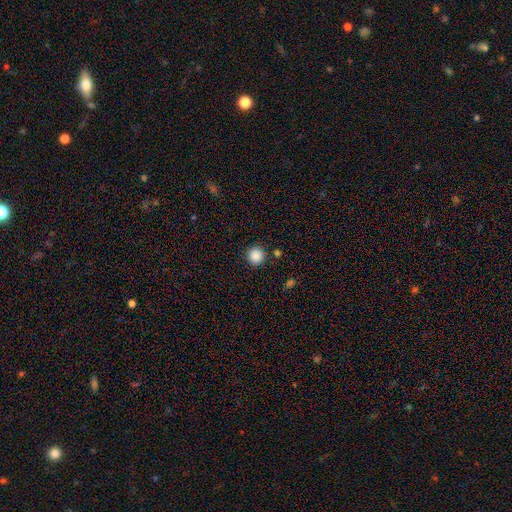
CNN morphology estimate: Overall: smooth (88%). How rounded: round (95%). Merging: none (89%).